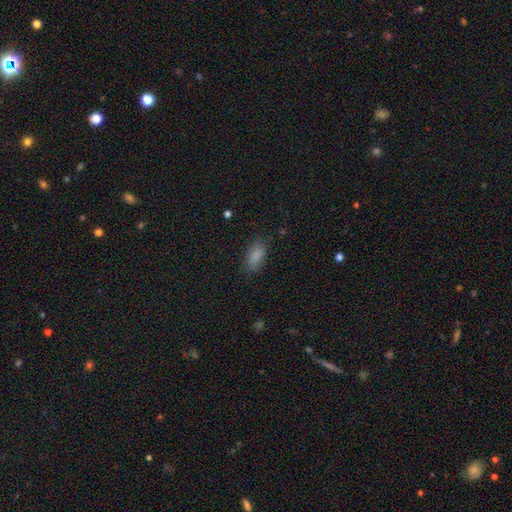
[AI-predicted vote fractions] Morphology: type=smooth (86%); roundness=in between (89%); merging=none (81%).